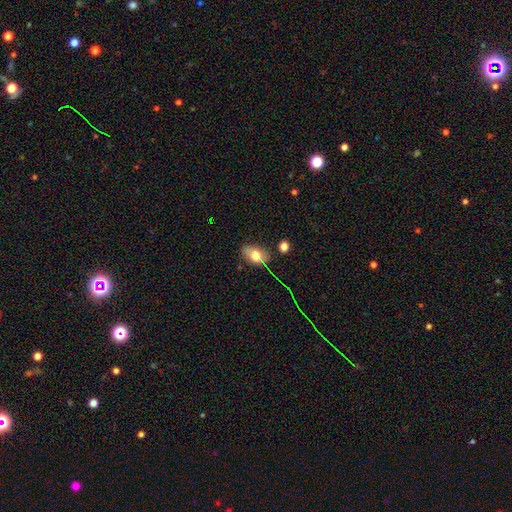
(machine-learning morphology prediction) type=smooth (72%); roundness=in between (85%); merging=none (72%).